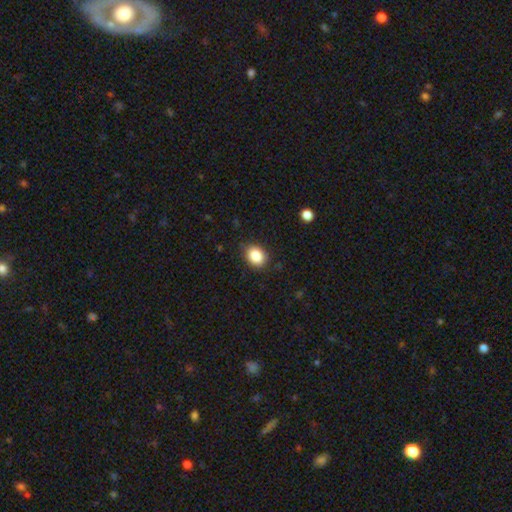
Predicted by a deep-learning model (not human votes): This appears to be a smooth galaxy with no disk features (86%) that is in between round and cigar-shaped (52%). Merging: none (84%).